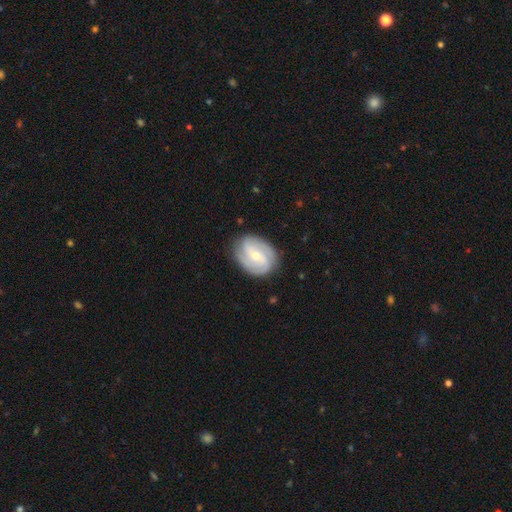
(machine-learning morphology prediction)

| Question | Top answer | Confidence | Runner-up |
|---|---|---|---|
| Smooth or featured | featured or disk | 82% | smooth (13%) |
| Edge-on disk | no | 97% | yes (3%) |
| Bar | no | 44% | weak (41%) |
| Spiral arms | yes | 96% | no (4%) |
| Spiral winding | tight | 46% | medium (41%) |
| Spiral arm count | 3 | 41% | 2 (29%) |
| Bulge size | small | 54% | moderate (43%) |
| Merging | none | 81% | minor disturbance (14%) |